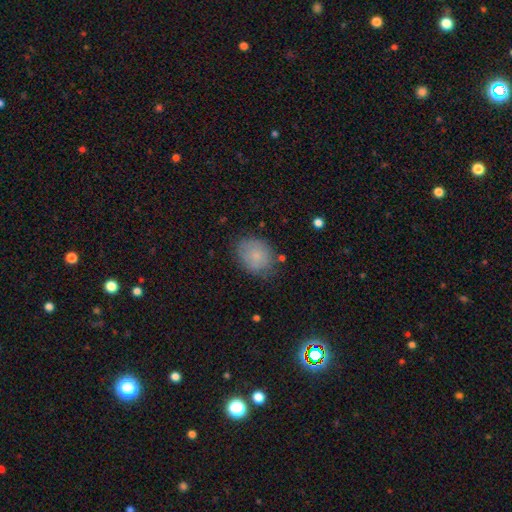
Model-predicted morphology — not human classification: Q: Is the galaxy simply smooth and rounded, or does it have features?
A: smooth — 76%.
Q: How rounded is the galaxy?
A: in between — 53%.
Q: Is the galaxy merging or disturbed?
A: none — 71%.